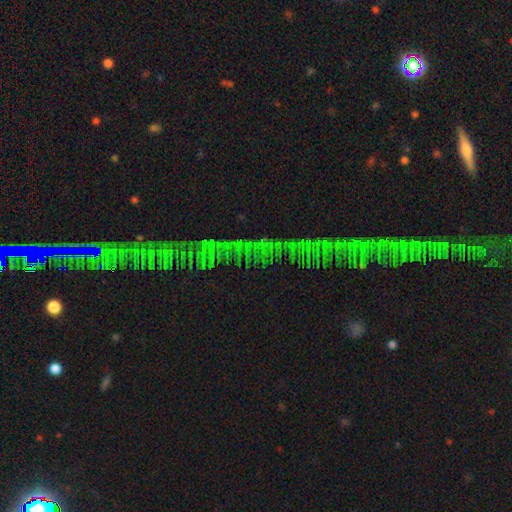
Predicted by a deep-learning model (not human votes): Smooth or featured? Predicted: star or artifact (p=0.76).